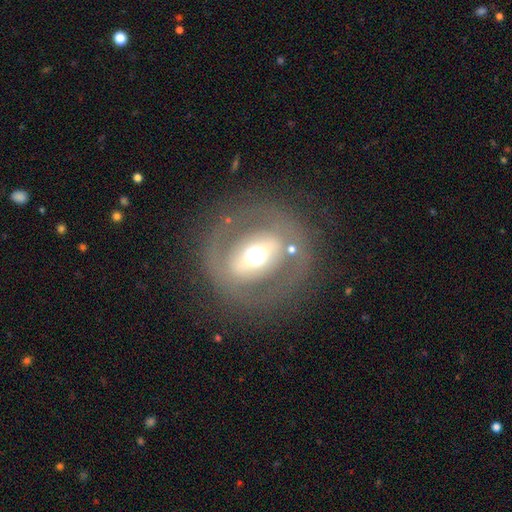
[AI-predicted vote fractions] Overall: featured or disk (62%; smooth 30%). Edge-on disk: no (90%). Bar: strong (49%; no 29%). Spiral arms: no (80%). Bulge size: moderate (56%; large 27%). Merging: none (78%).